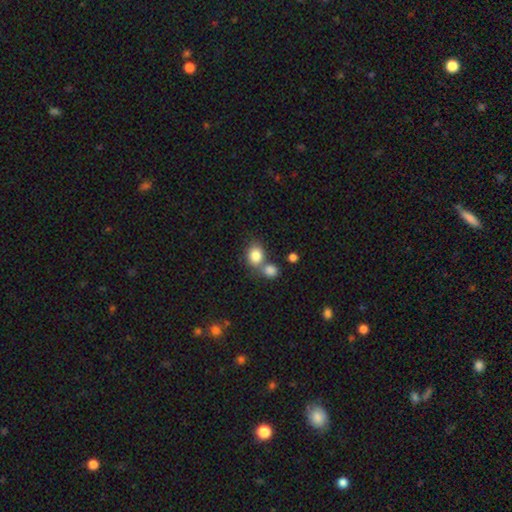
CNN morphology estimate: Smooth or featured? smooth (83%)
How rounded? round (58%)
Merging? none (46%)